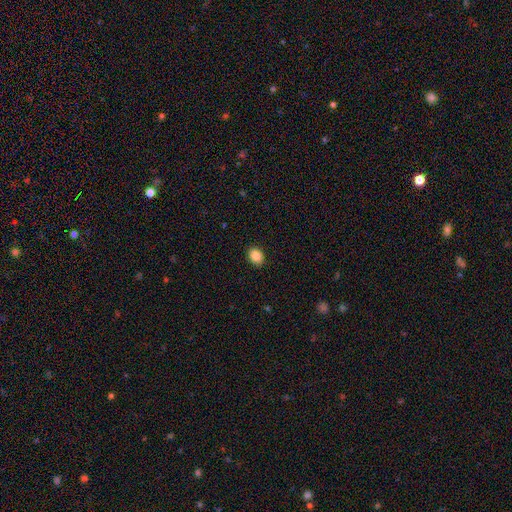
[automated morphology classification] This appears to be a smooth galaxy with no disk features (87%) that is in between round and cigar-shaped (52%). Merging: none (91%).